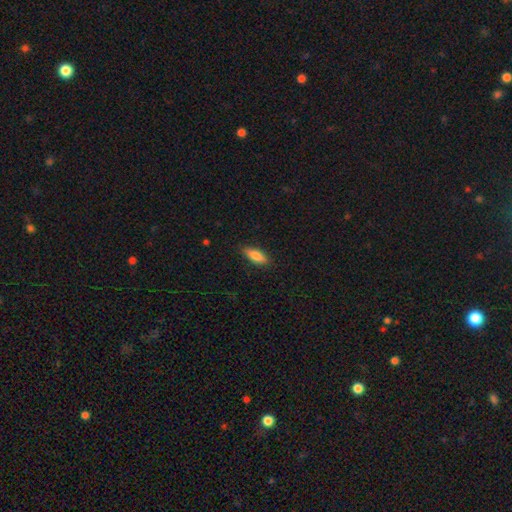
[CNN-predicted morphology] Overall: smooth (83%). How rounded: in between (72%). Merging: none (86%).